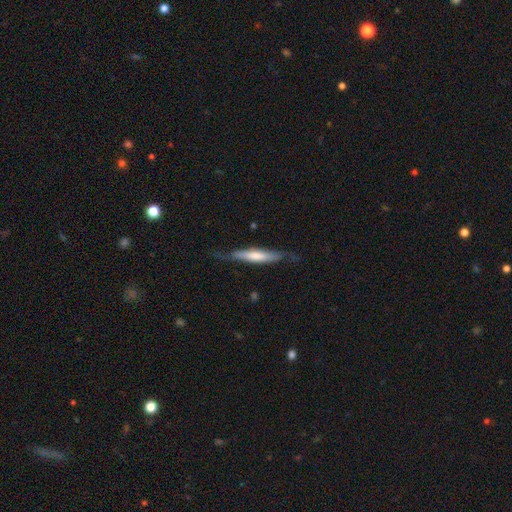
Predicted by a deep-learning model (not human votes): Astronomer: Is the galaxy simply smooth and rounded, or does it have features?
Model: smooth — 49% (runner-up: featured or disk, 46%).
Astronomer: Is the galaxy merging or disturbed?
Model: none — 69%.